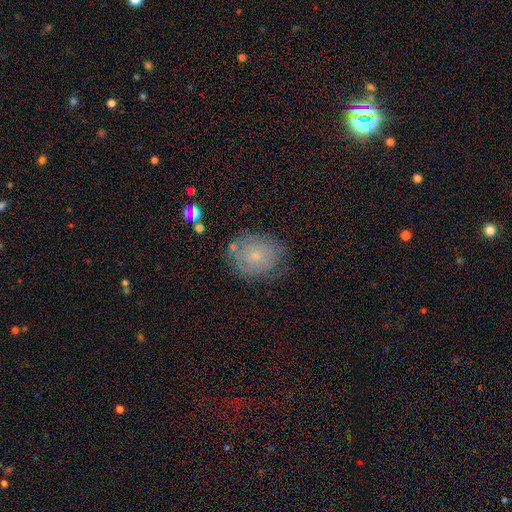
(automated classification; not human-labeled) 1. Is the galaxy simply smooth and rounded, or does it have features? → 47% featured or disk, 43% smooth, 10% star or artifact.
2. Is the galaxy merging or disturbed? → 67% none, 22% minor disturbance, 8% major disturbance, 3% merger.